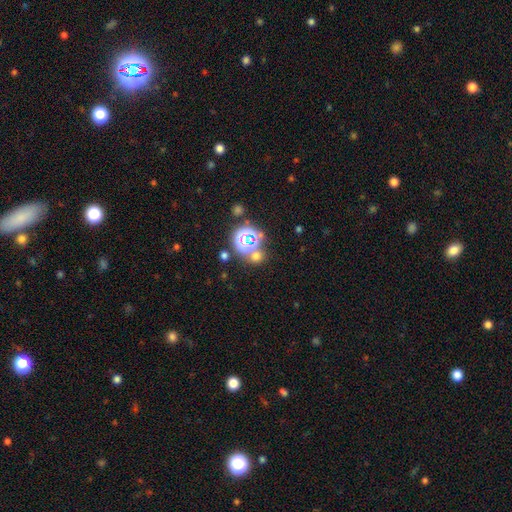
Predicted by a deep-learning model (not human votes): Smooth or featured?
  - smooth: 51% *
  - star or artifact: 41%
  - featured or disk: 8%
How rounded?
  - round: 80% *
  - in between: 19%
  - cigar-shaped: 1%
Merging?
  - none: 70% *
  - merger: 17%
  - minor disturbance: 8%
  - major disturbance: 5%